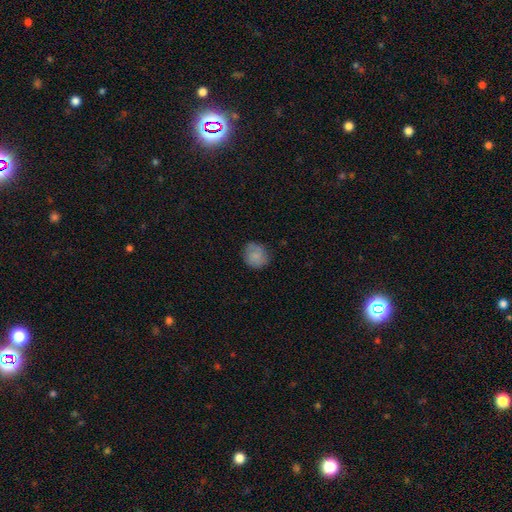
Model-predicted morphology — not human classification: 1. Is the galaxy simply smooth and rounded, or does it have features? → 77% smooth, 15% featured or disk, 8% star or artifact.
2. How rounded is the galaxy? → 78% round, 21% in between, 1% cigar-shaped.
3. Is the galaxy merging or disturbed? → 77% none, 18% minor disturbance, 5% major disturbance, 1% merger.